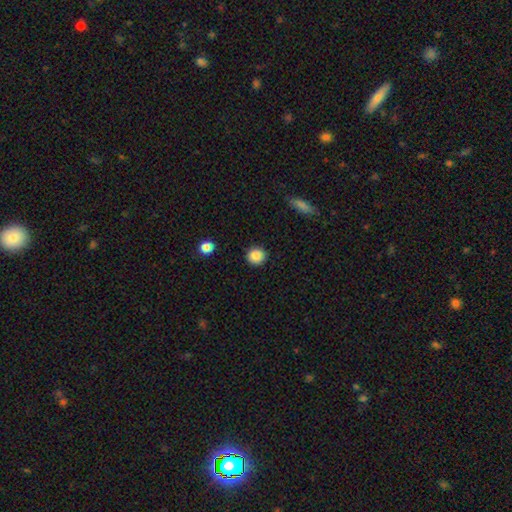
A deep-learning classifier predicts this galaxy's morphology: This appears to be a smooth galaxy with no disk features (88%) that is round (90%). Merging: none (91%).